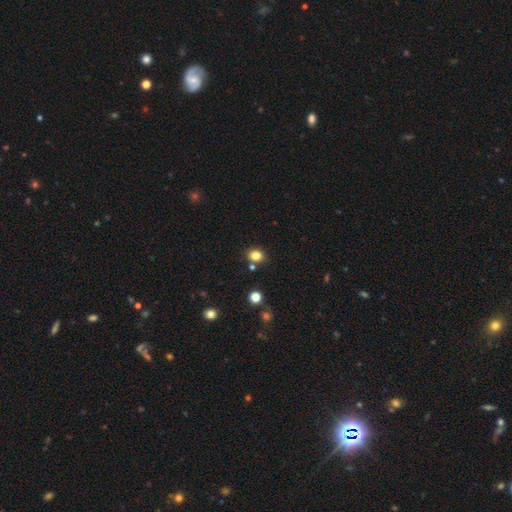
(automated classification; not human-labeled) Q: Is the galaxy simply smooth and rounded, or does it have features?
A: smooth — 81%.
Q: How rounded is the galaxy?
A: round — 56%.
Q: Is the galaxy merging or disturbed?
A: none — 80%.